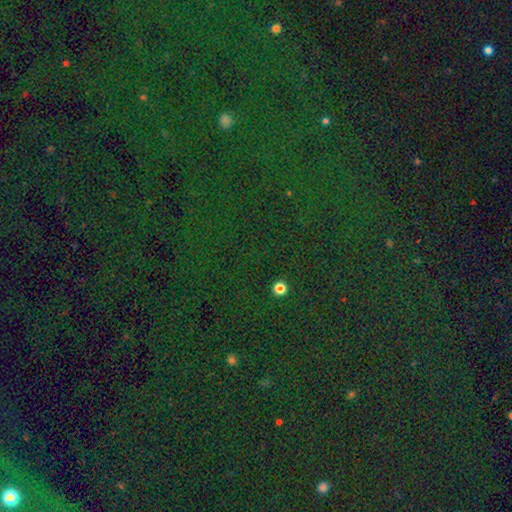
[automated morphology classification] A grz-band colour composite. It shows a star or artifact, not a galaxy (78%).